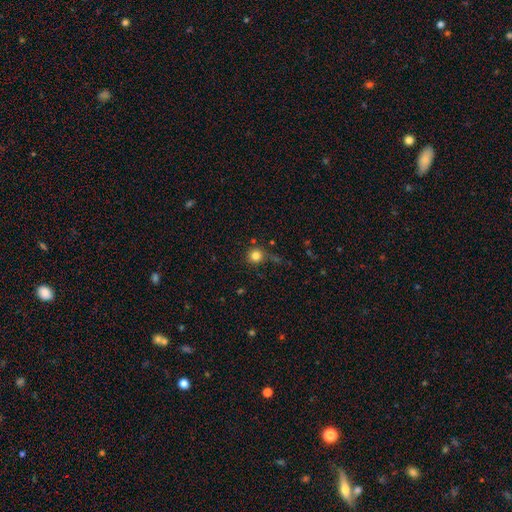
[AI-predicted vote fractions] Morphology: type=smooth (81%); roundness=round (93%); merging=none (78%).